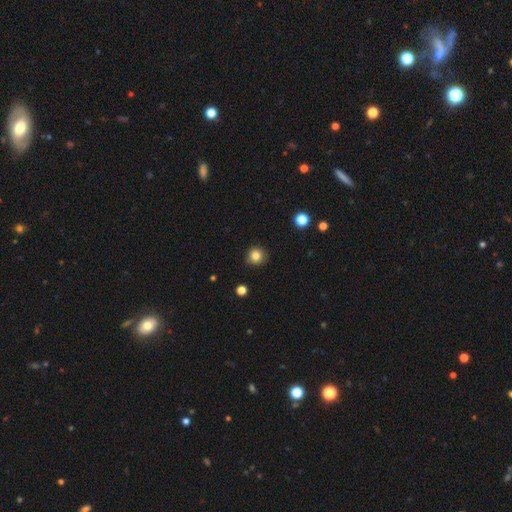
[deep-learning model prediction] A smooth galaxy with no disk features (83%) that is round (93%). Merging: none (89%).